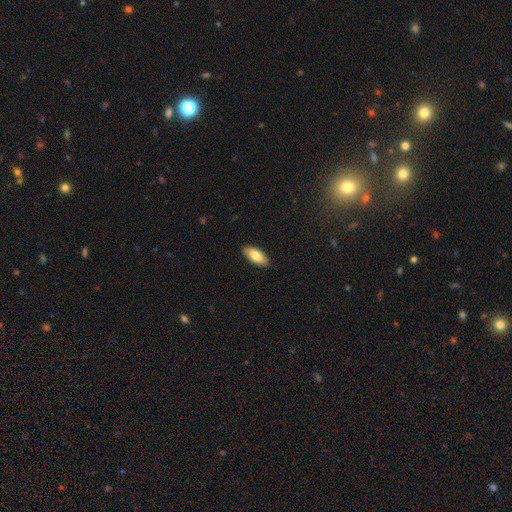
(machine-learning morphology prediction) Smooth or featured?
  - smooth: 81% *
  - featured or disk: 14%
  - star or artifact: 6%
How rounded?
  - in between: 86% *
  - cigar-shaped: 12%
  - round: 2%
Merging?
  - none: 89% *
  - minor disturbance: 8%
  - major disturbance: 2%
  - merger: 1%